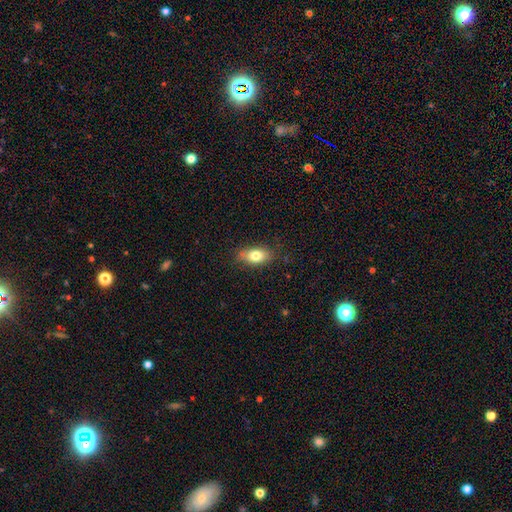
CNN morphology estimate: This appears to be a smooth galaxy with no disk features (77%) that is in between round and cigar-shaped (85%). Merging: none (81%).